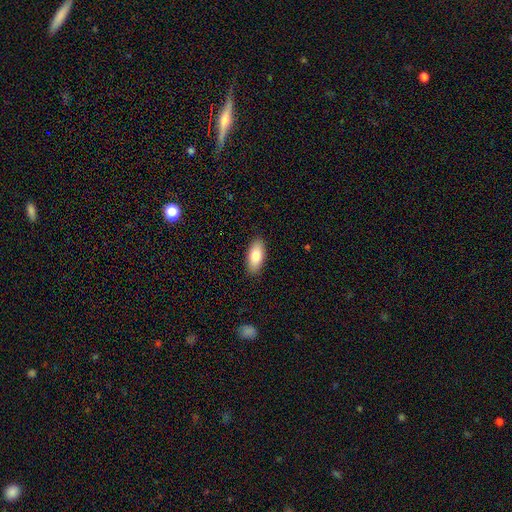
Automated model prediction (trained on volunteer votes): A smooth galaxy with no disk features (80%) that is in between round and cigar-shaped (87%). Merging: none (90%).